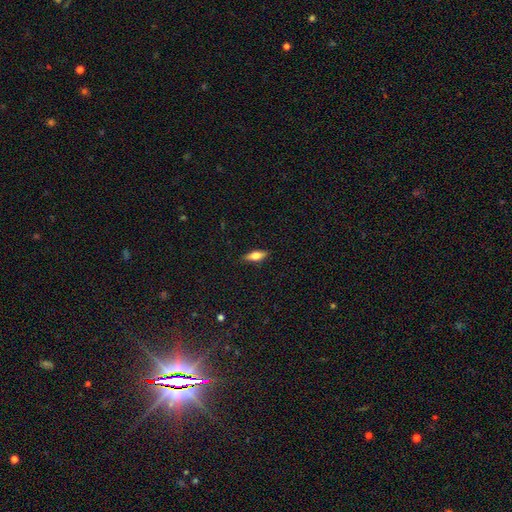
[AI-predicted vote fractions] Q: Smooth or featured?
A: smooth (62%); runner-up: featured or disk (31%)
Q: How rounded?
A: in between (65%); runner-up: cigar-shaped (32%)
Q: Merging?
A: none (87%); runner-up: minor disturbance (10%)